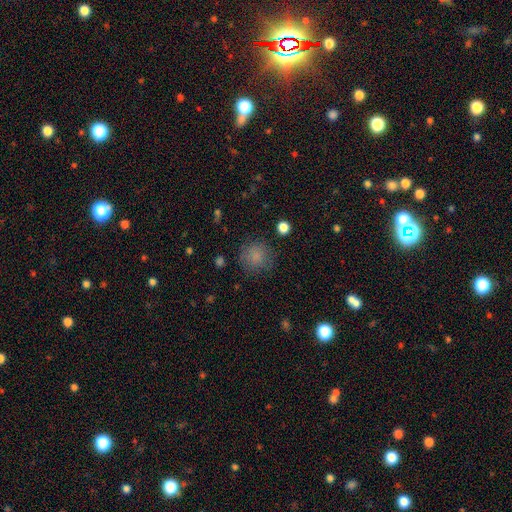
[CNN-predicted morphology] Smooth or featured? Predicted: smooth (p=0.82). How rounded? Predicted: round (p=0.90). Merging? Predicted: none (p=0.80).